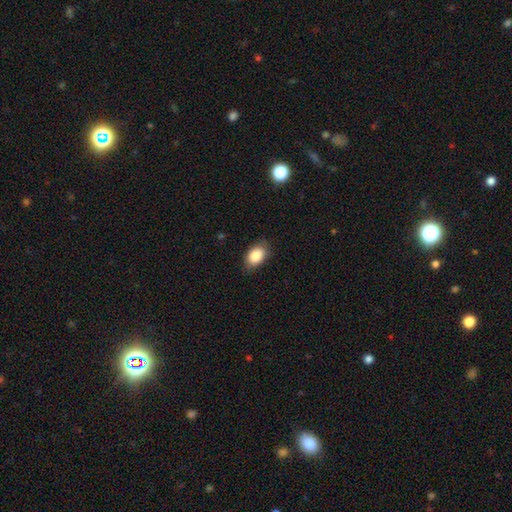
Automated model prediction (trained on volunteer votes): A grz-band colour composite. It shows a smooth galaxy with no disk features (86%) that is in between round and cigar-shaped (88%). Merging: none (82%).